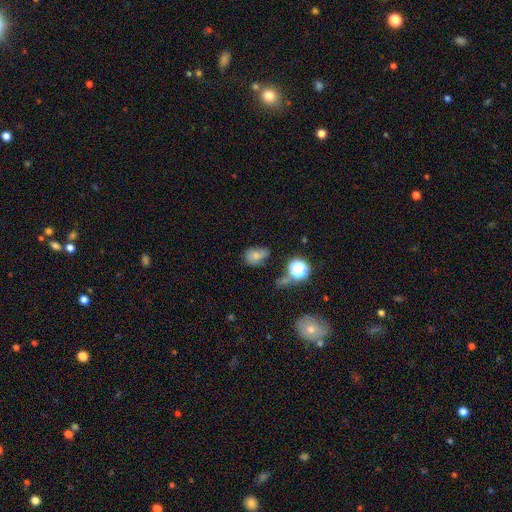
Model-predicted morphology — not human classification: Smooth or featured? smooth (67%)
How rounded? in between (72%)
Merging? none (41%)